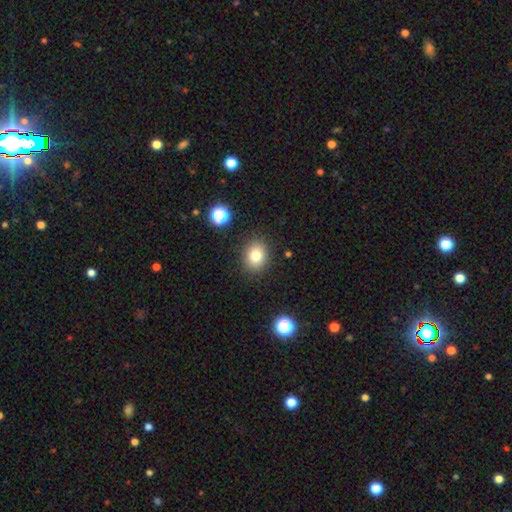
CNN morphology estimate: This is likely a smooth galaxy (79%). How rounded: possibly round (57%). Merging: clearly none (87%).